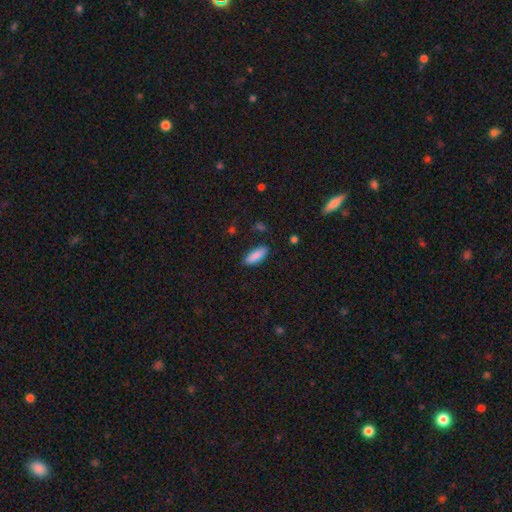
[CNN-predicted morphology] Smooth or featured? smooth (87%)
How rounded? in between (66%)
Merging? none (86%)